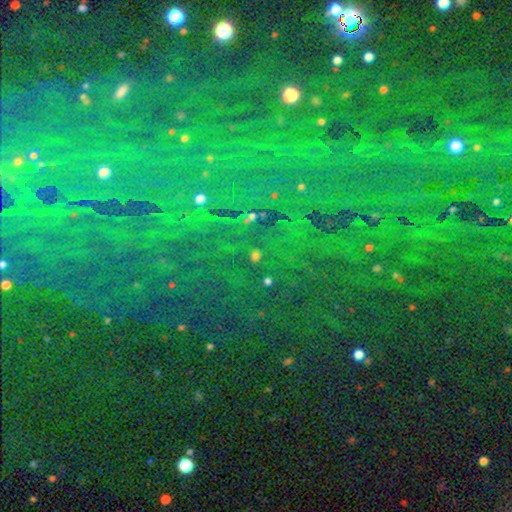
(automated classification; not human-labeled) smooth_or_featured: star or artifact (p=0.75) [alt: smooth p=0.17]